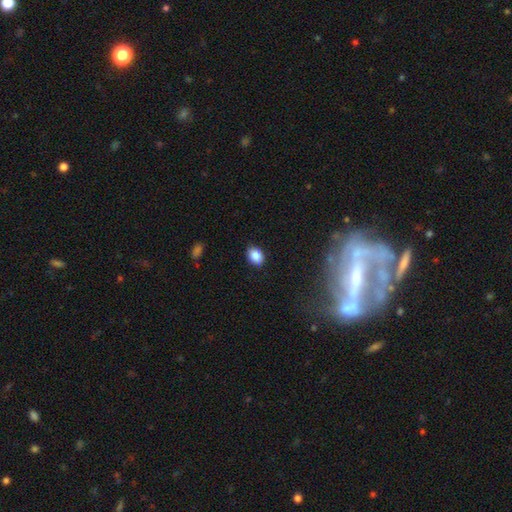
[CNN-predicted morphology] smooth_or_featured: smooth (p=0.86) [alt: star or artifact p=0.08]
how_rounded: in between (p=0.74) [alt: round p=0.24]
merging: none (p=0.82) [alt: minor disturbance p=0.14]